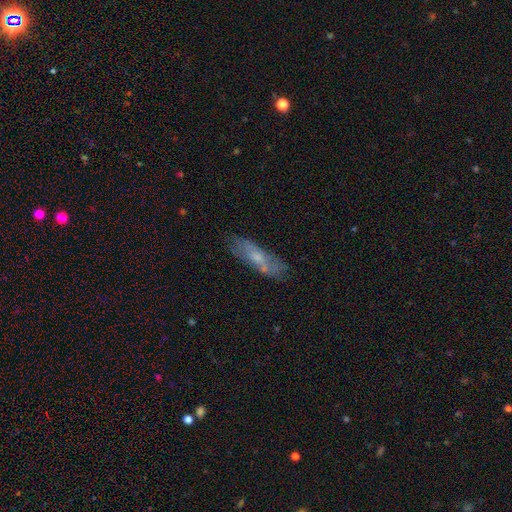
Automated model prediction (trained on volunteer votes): Overall: smooth (45%; featured or disk 44%). Merging: none (73%).